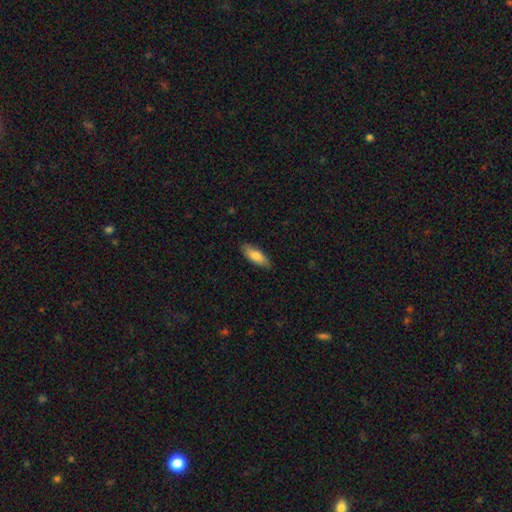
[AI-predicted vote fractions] smooth-or-featured: smooth: 81% | featured or disk: 13% | star or artifact: 6%
  how-rounded: in between: 67% | cigar-shaped: 31% | round: 2%
  merging: none: 86% | minor disturbance: 11% | major disturbance: 2% | merger: 1%